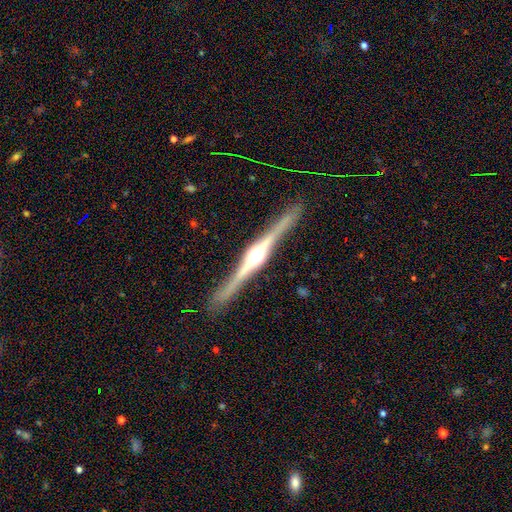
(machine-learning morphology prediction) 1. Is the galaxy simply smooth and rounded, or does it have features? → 88% featured or disk, 8% smooth, 4% star or artifact.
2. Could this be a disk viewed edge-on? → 98% yes, 2% no.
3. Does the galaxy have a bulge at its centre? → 90% rounded, 7% boxy, 3% none.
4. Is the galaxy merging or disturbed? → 89% none, 8% minor disturbance, 2% major disturbance, 1% merger.